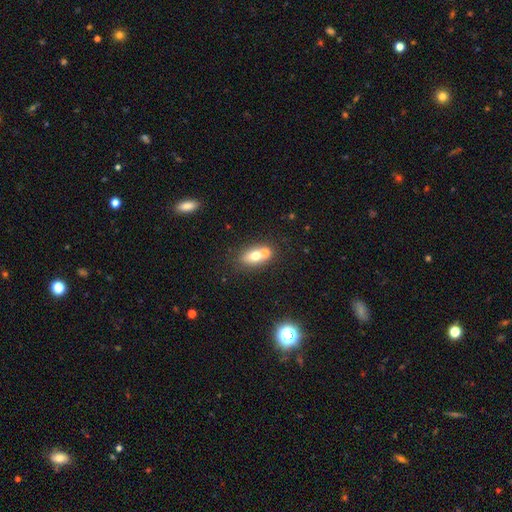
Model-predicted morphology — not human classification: Overall: smooth (67%). How rounded: in between (68%; round 29%). Merging: merger (45%; none 43%).